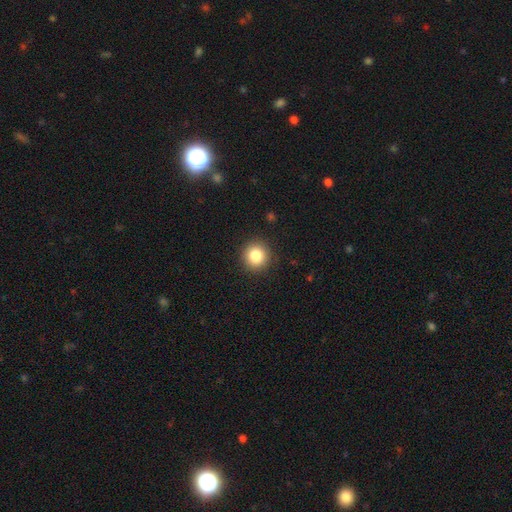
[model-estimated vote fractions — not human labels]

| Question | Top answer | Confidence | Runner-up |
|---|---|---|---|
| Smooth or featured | smooth | 83% | star or artifact (10%) |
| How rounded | round | 93% | in between (6%) |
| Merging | none | 91% | minor disturbance (6%) |